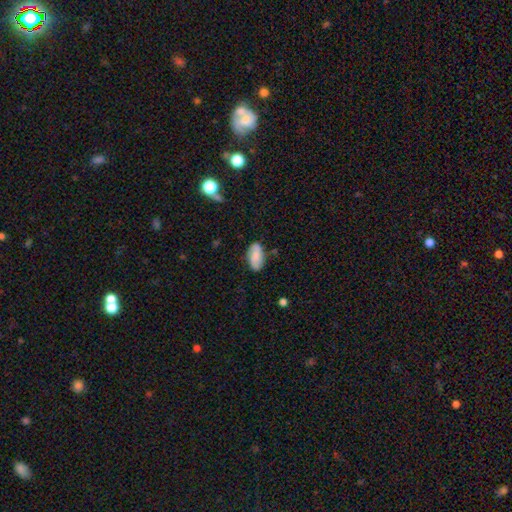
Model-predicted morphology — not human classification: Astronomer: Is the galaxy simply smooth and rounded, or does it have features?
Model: smooth — 68%.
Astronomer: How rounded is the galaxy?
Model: in between — 93%.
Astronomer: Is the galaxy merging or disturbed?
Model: none — 78%.